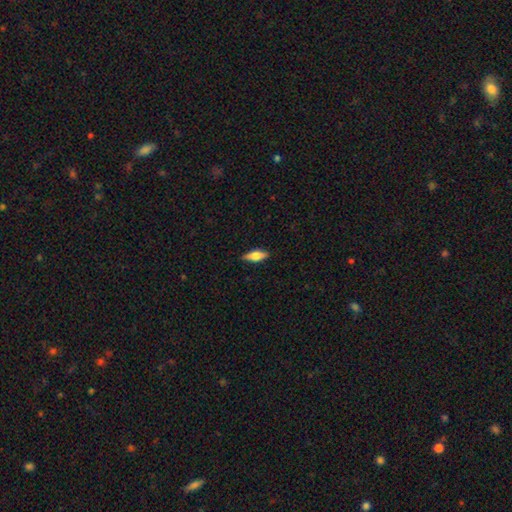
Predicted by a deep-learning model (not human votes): smooth_or_featured: smooth (p=0.62) [alt: featured or disk p=0.31]
how_rounded: in between (p=0.67) [alt: cigar-shaped p=0.30]
merging: none (p=0.87) [alt: minor disturbance p=0.10]